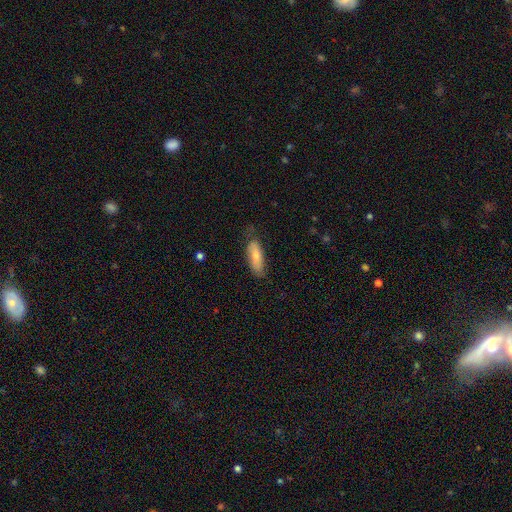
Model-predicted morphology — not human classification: This is likely a smooth galaxy (77%). How rounded: likely in between (67%). Merging: likely none (66%).